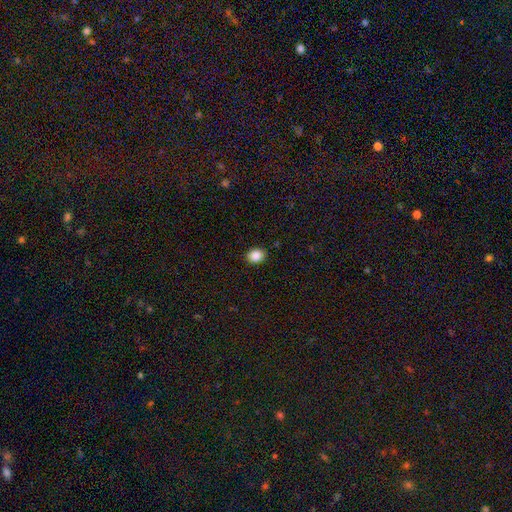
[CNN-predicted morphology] type=smooth (88%); roundness=round (56%); merging=none (89%).